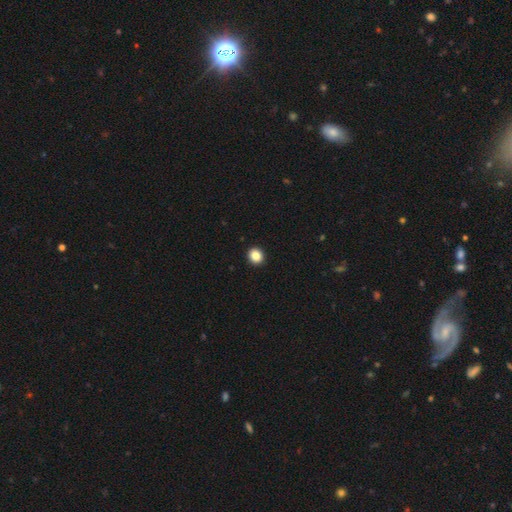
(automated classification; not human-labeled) smooth 86%, star or artifact 10%, featured or disk 4%. Down the decision tree: how rounded — round (79%); merging — none (93%).